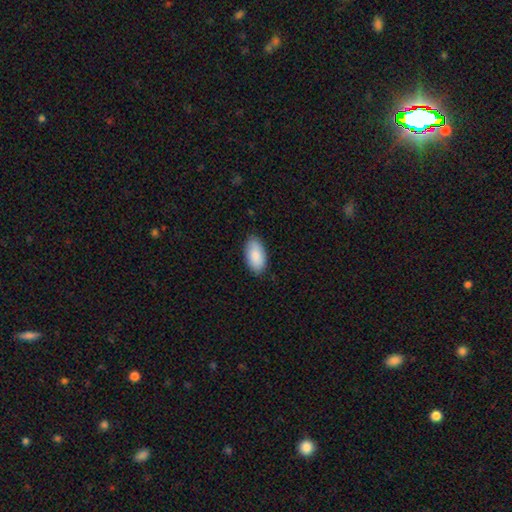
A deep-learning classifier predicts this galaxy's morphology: smooth 88%, featured or disk 6%, star or artifact 6%. Down the decision tree: how rounded — in between (95%); merging — none (85%).